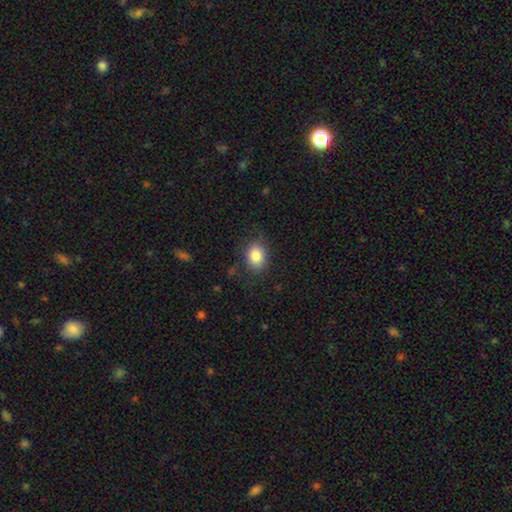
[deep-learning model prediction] Smooth or featured: smooth — 85% (star or artifact — 8%)
How rounded: in between — 65% (round — 34%)
Merging: none — 80% (minor disturbance — 14%)